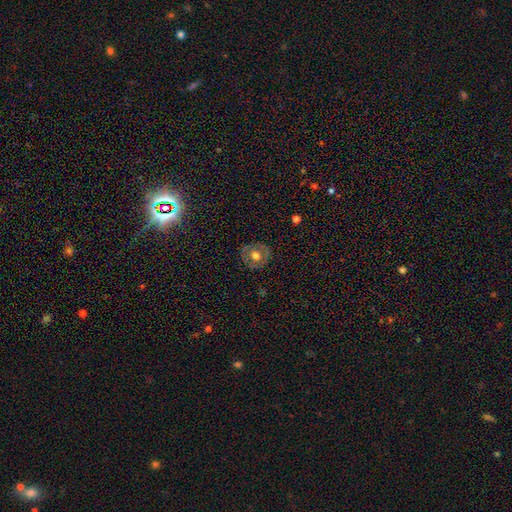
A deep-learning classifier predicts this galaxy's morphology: Smooth or featured?
  - smooth: 50% *
  - featured or disk: 42%
  - star or artifact: 9%
Merging?
  - none: 82% *
  - minor disturbance: 12%
  - major disturbance: 4%
  - merger: 1%